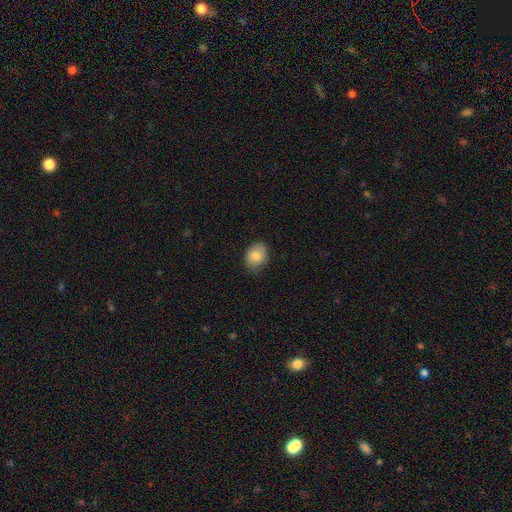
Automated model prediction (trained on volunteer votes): Smooth or featured? smooth (83%)
How rounded? in between (55%)
Merging? none (75%)